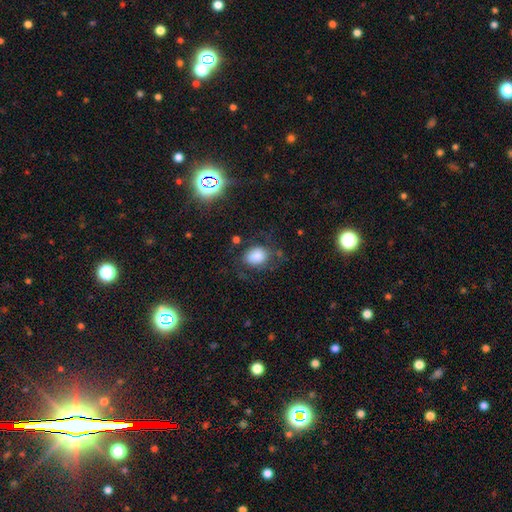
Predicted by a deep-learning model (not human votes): smooth 75%, featured or disk 13%, star or artifact 11%. Down the decision tree: how rounded — in between (62%); merging — none (61%).